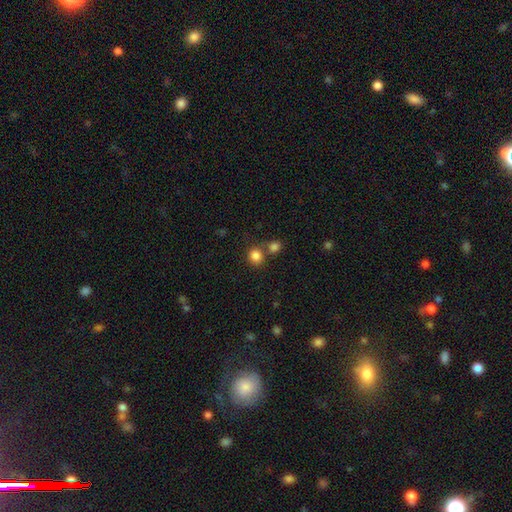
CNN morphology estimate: Smooth or featured: smooth — 84% (star or artifact — 12%)
How rounded: round — 83% (in between — 16%)
Merging: none — 66% (merger — 23%)